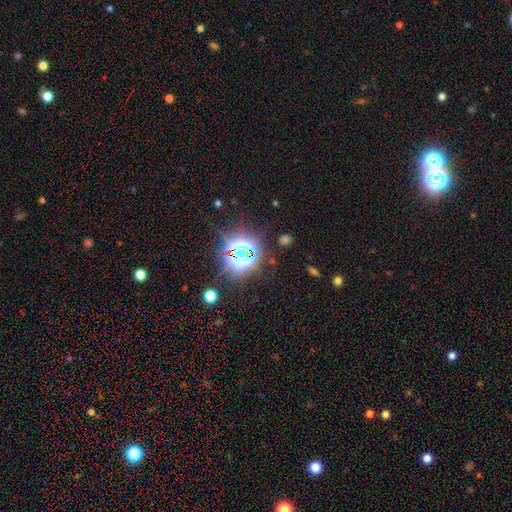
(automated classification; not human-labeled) A star or artifact, not a galaxy (78%).

Vote fractions:
- Smooth or featured? star or artifact: 78% / smooth: 14% / featured or disk: 8%